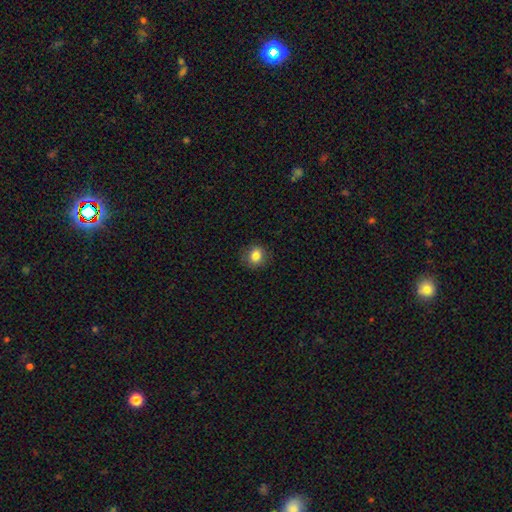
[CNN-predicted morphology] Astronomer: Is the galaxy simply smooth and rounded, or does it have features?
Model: smooth — 83%.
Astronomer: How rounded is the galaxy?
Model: round — 81%.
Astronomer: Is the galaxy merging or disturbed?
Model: none — 87%.